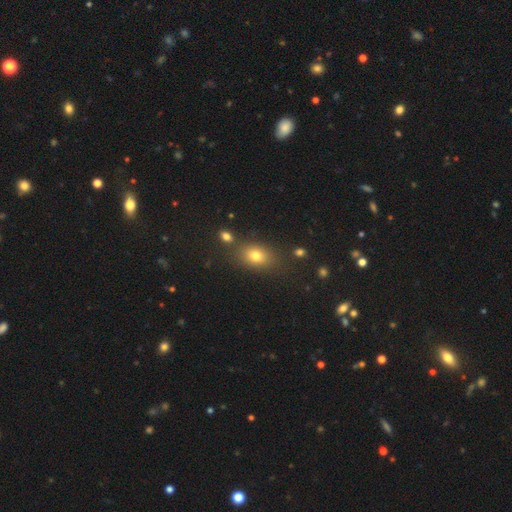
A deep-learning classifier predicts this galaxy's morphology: The model was most divided on "how rounded": in between: 70%, round: 28%, cigar-shaped: 2%. More confident: smooth or featured — smooth (76%); merging — none (75%).